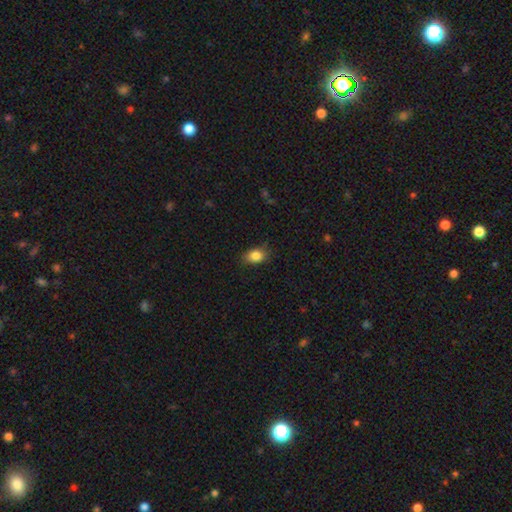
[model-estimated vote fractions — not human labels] Overall: smooth (85%). How rounded: in between (74%). Merging: none (78%).